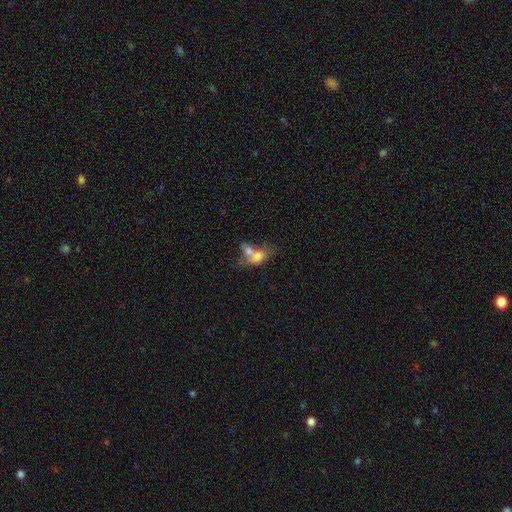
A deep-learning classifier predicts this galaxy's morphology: smooth 64%, featured or disk 26%, star or artifact 10%. Down the decision tree: how rounded — in between (70%); merging — merger (69%).